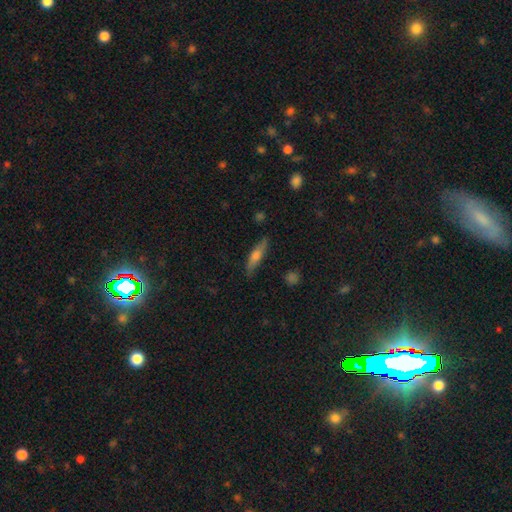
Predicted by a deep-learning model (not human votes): Smooth or featured? smooth (53%)
How rounded? cigar-shaped (75%)
Merging? none (81%)